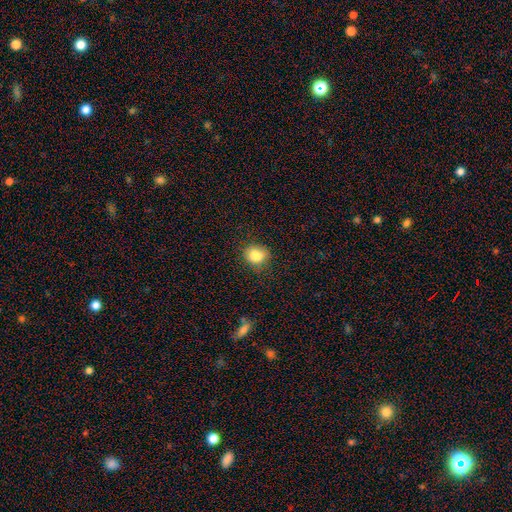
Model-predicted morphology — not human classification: smooth 84%, star or artifact 10%, featured or disk 6%. Down the decision tree: how rounded — round (61%); merging — none (73%).